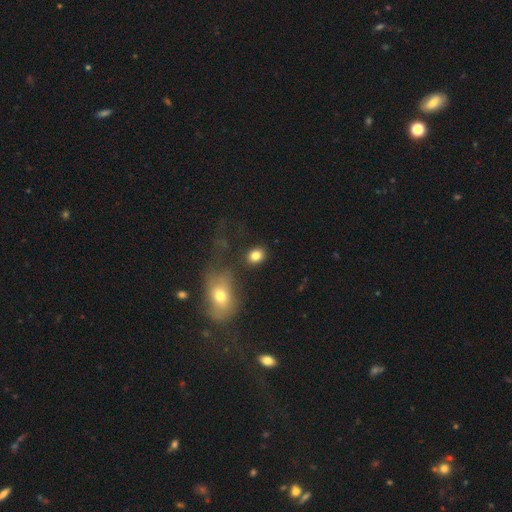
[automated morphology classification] This is clearly a smooth galaxy (82%). How rounded: possibly in between (51%). Merging: likely none (76%).